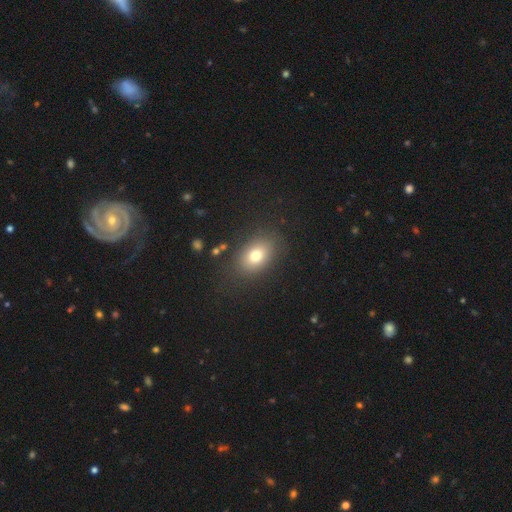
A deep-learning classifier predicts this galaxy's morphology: Overall: smooth (76%). How rounded: in between (75%). Merging: none (82%).